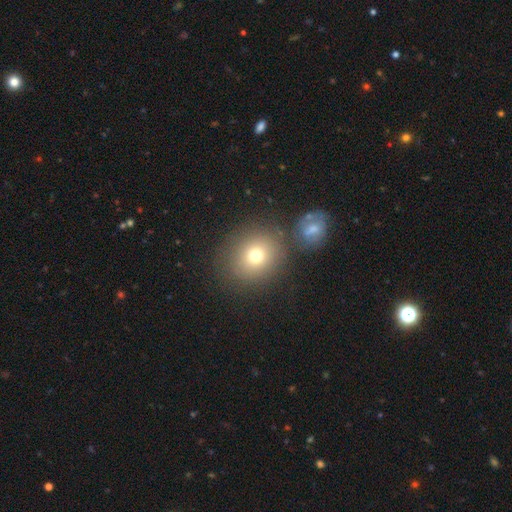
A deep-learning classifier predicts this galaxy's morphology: Smooth or featured? smooth (73%)
How rounded? round (80%)
Merging? none (73%)